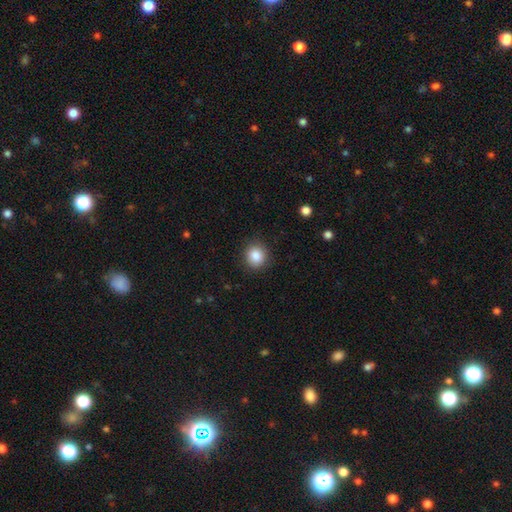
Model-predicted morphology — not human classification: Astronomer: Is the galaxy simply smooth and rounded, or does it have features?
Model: smooth — 86%.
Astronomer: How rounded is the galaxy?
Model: round — 83%.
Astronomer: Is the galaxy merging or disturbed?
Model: none — 89%.